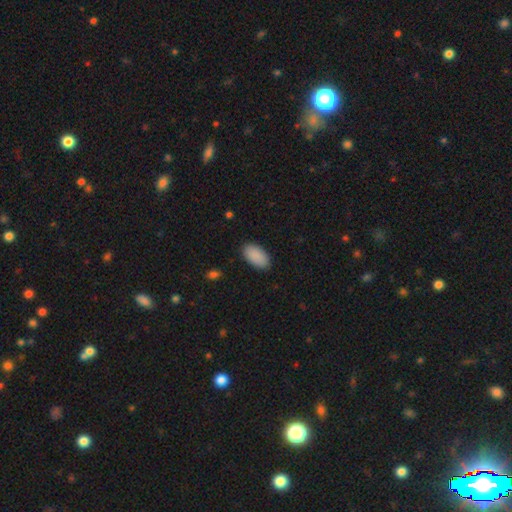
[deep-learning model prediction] smooth 91%, star or artifact 6%, featured or disk 3%. Down the decision tree: how rounded — in between (95%); merging — none (88%).